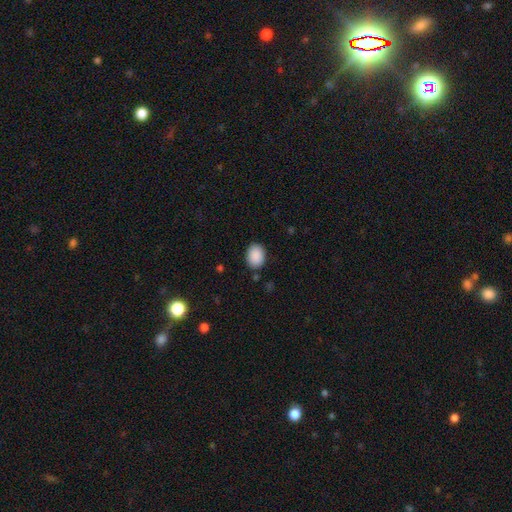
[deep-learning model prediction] Morphology: type=smooth (90%); roundness=in between (67%); merging=none (85%).